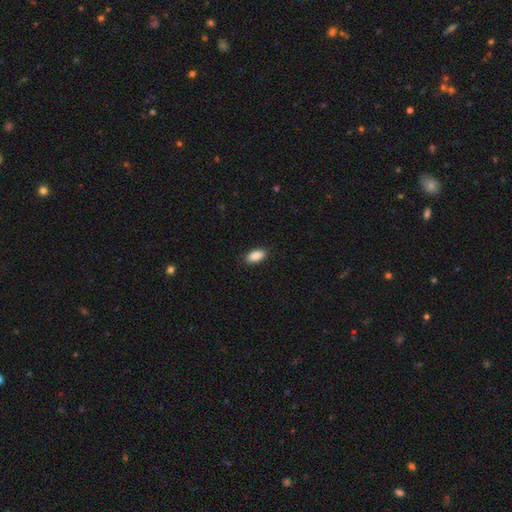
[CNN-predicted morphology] Smooth or featured? smooth (88%)
How rounded? in between (92%)
Merging? none (88%)